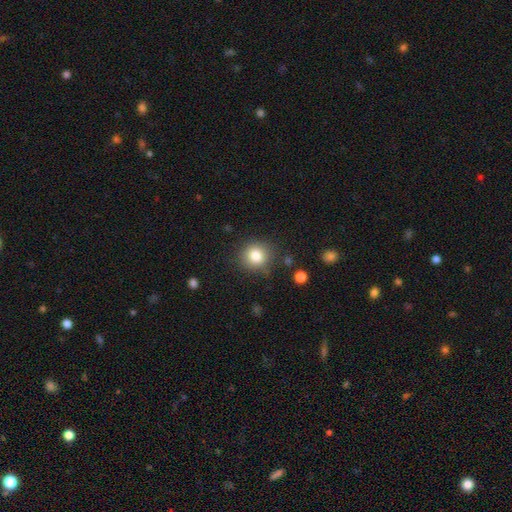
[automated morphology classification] Smooth or featured? Predicted: smooth (p=0.82). How rounded? Predicted: round (p=0.87). Merging? Predicted: none (p=0.84).